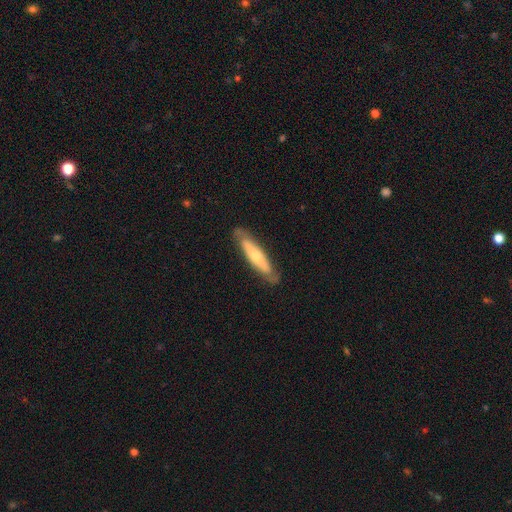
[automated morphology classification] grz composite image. It shows a featured or disk galaxy (55%) viewed edge-on (55%). Merging: none (78%).